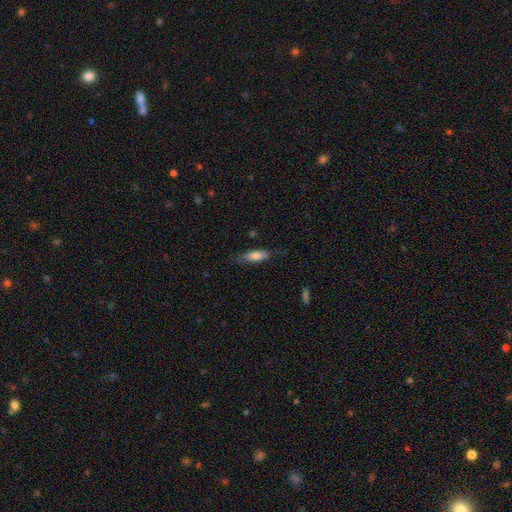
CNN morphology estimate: Overall: smooth (70%). How rounded: cigar-shaped (51%; in between 47%). Merging: none (71%).